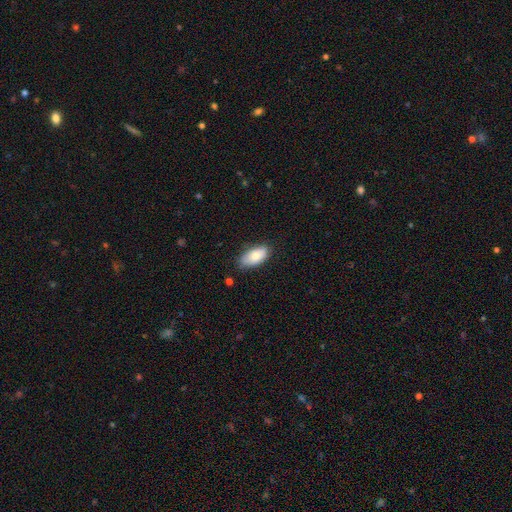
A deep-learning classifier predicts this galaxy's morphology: Smooth or featured?
  - smooth: 82% *
  - featured or disk: 11%
  - star or artifact: 7%
How rounded?
  - in between: 92% *
  - cigar-shaped: 5%
  - round: 3%
Merging?
  - none: 76% *
  - minor disturbance: 19%
  - major disturbance: 3%
  - merger: 2%